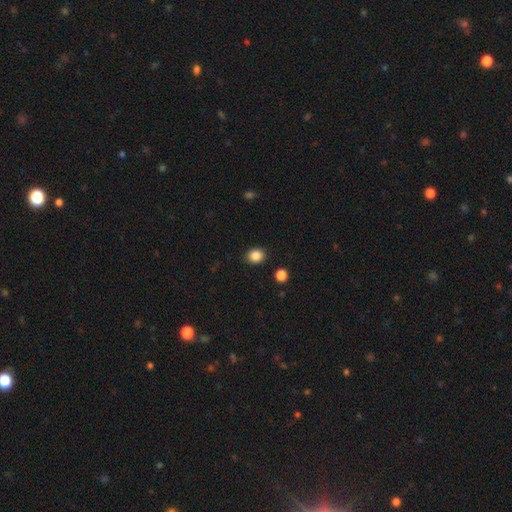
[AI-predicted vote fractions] This is clearly a smooth galaxy (86%). How rounded: likely round (64%). Merging: clearly none (89%).